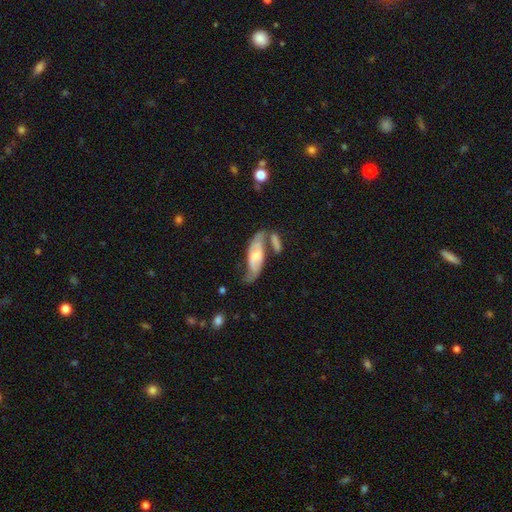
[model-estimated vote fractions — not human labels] Smooth or featured?
  - featured or disk: 60% *
  - smooth: 34%
  - star or artifact: 6%
Edge-on disk?
  - no: 81% *
  - yes: 19%
Merging?
  - none: 41% *
  - minor disturbance: 23%
  - merger: 22%
  - major disturbance: 14%